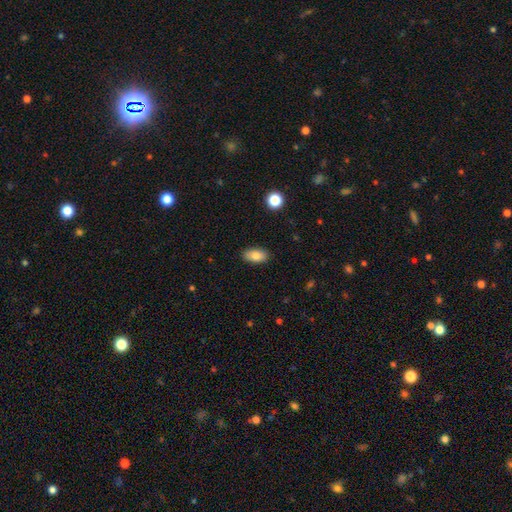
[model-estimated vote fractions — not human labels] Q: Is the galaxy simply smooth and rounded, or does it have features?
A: smooth — 82%.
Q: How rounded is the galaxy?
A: in between — 92%.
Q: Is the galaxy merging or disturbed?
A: none — 88%.